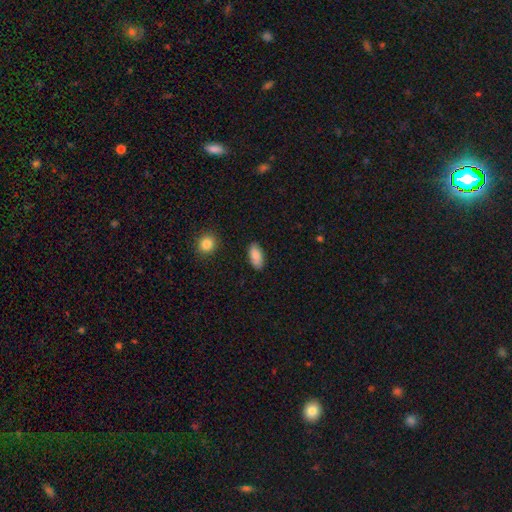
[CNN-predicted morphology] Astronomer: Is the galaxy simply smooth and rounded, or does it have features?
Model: smooth — 88%.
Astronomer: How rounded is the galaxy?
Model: in between — 93%.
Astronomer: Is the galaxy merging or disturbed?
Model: none — 86%.